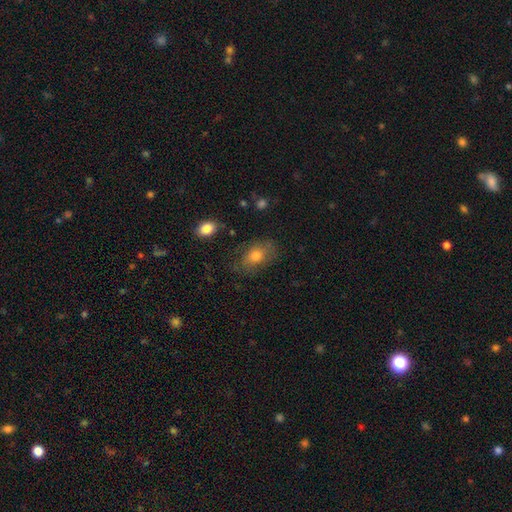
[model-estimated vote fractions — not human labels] A smooth galaxy with no disk features (71%) that is in between round and cigar-shaped (82%).

Vote fractions:
- Smooth or featured? smooth: 71% / featured or disk: 19% / star or artifact: 10%
- How rounded? in between: 82% / round: 16% / cigar-shaped: 2%
- Merging? none: 68% / minor disturbance: 21% / major disturbance: 9% / merger: 2%